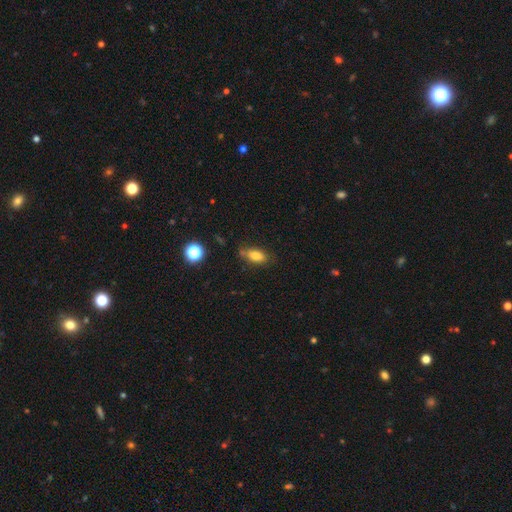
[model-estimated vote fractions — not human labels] Smooth or featured: smooth — 80% (star or artifact — 10%)
How rounded: in between — 83% (cigar-shaped — 10%)
Merging: none — 67% (minor disturbance — 21%)